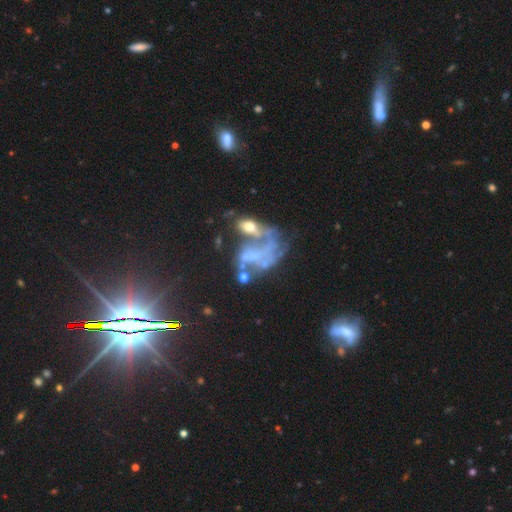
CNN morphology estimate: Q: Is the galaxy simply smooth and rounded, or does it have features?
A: featured or disk — 63%.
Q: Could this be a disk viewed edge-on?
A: no — 97%.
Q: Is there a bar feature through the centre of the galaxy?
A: no — 82%.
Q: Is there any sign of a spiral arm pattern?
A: no — 72%.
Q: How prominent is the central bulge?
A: none — 69%.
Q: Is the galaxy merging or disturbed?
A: major disturbance — 37%.